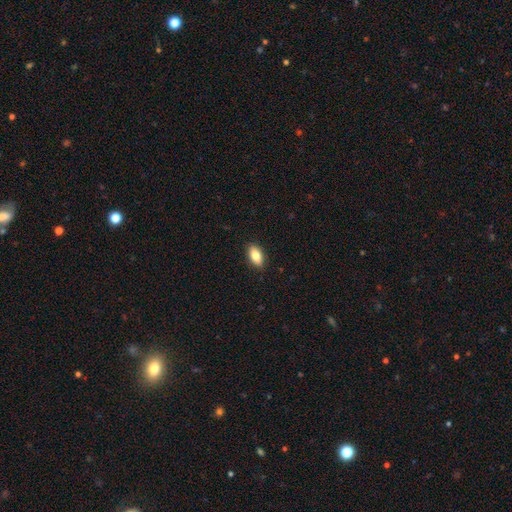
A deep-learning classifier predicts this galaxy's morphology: smooth_or_featured: smooth (p=0.81) [alt: featured or disk p=0.11]
how_rounded: in between (p=0.90) [alt: cigar-shaped p=0.06]
merging: none (p=0.90) [alt: minor disturbance p=0.08]